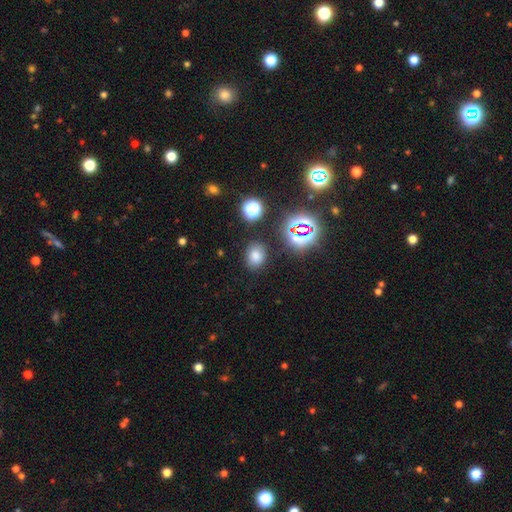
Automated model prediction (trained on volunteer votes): smooth-or-featured: smooth: 72% | star or artifact: 20% | featured or disk: 8%
  how-rounded: in between: 57% | round: 42% | cigar-shaped: 1%
  merging: none: 81% | minor disturbance: 11% | major disturbance: 4% | merger: 3%